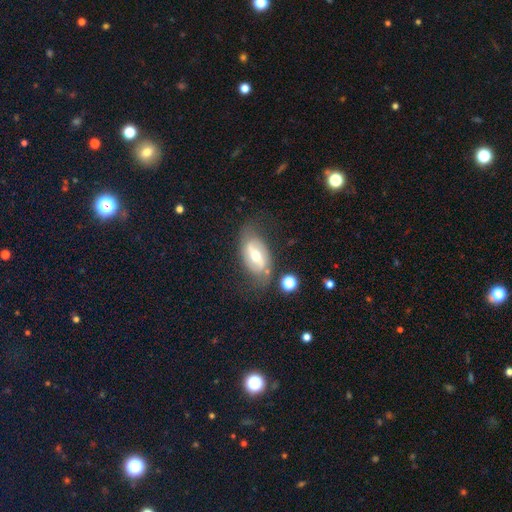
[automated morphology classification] Overall: featured or disk (68%). Edge-on disk: no (91%). Bar: strong (44%; weak 39%). Spiral arms: yes (79%). Bulge size: moderate (65%; small 27%). Merging: none (65%).